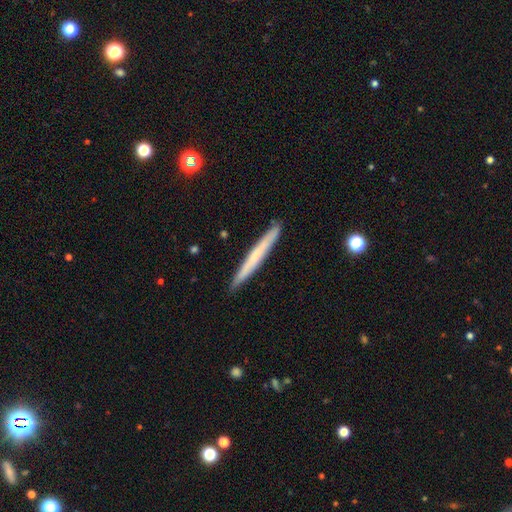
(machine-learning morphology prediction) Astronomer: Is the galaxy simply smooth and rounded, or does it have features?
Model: smooth — 52% (runner-up: featured or disk, 42%).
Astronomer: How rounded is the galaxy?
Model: cigar-shaped — 97%.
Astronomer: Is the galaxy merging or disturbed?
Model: none — 91%.